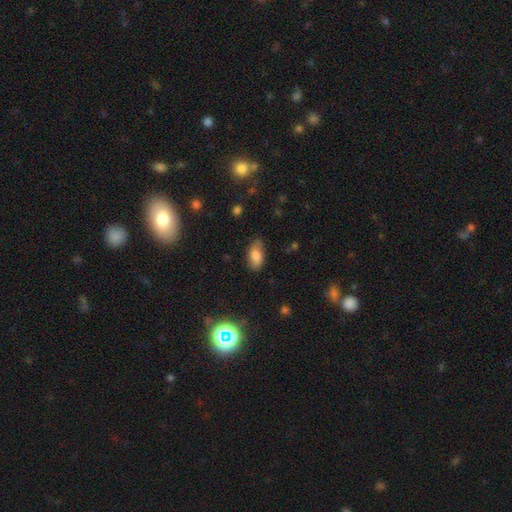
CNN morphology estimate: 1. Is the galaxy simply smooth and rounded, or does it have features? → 76% smooth, 15% featured or disk, 9% star or artifact.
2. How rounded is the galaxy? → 90% in between, 5% cigar-shaped, 4% round.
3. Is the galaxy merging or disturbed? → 74% none, 20% minor disturbance, 4% major disturbance, 2% merger.